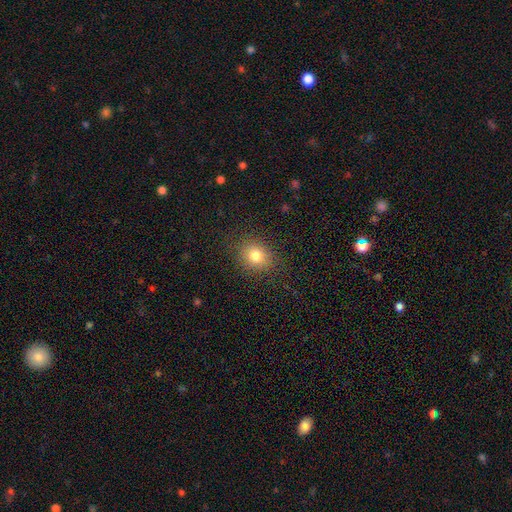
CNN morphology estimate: smooth 79%, star or artifact 13%, featured or disk 8%. Down the decision tree: how rounded — round (69%); merging — none (87%).